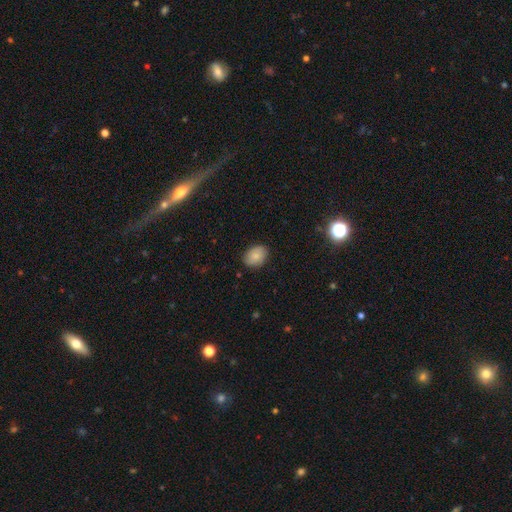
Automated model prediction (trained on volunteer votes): Smooth or featured? smooth (83%)
How rounded? in between (72%)
Merging? none (84%)